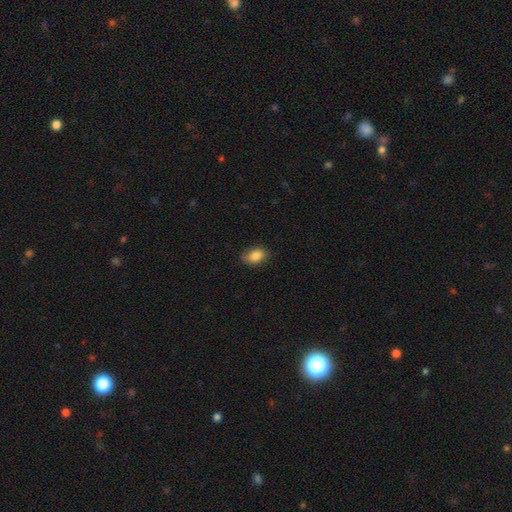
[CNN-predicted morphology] Q: Smooth or featured?
A: smooth (86%); runner-up: star or artifact (8%)
Q: How rounded?
A: in between (83%); runner-up: round (15%)
Q: Merging?
A: none (78%); runner-up: minor disturbance (18%)